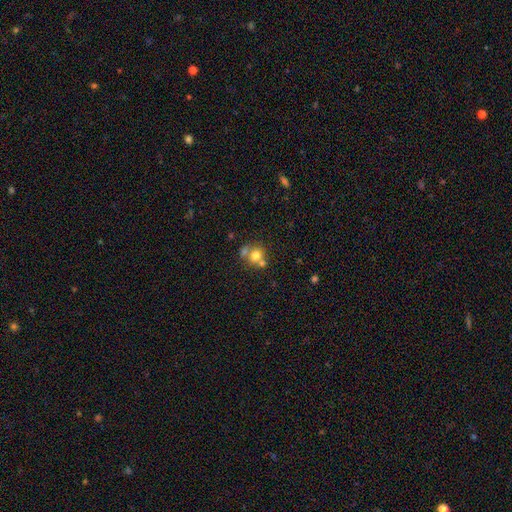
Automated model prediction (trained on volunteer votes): A smooth galaxy with no disk features (69%) that is round (80%).

Vote fractions:
- Smooth or featured? smooth: 69% / featured or disk: 18% / star or artifact: 13%
- How rounded? round: 80% / in between: 19% / cigar-shaped: 1%
- Merging? none: 45% / merger: 42% / minor disturbance: 9% / major disturbance: 4%